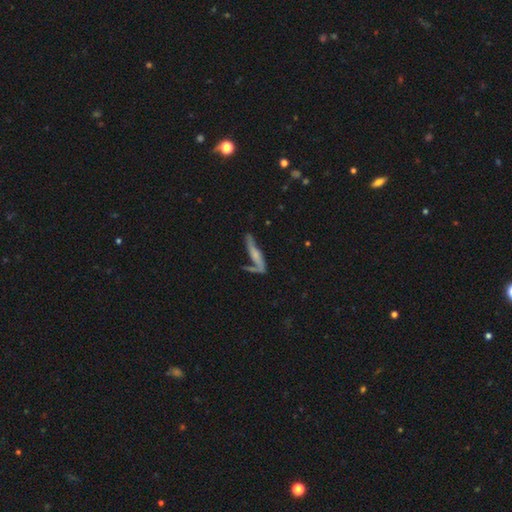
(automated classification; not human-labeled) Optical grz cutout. It shows a featured or disk galaxy (60%). Merging: none (43%).